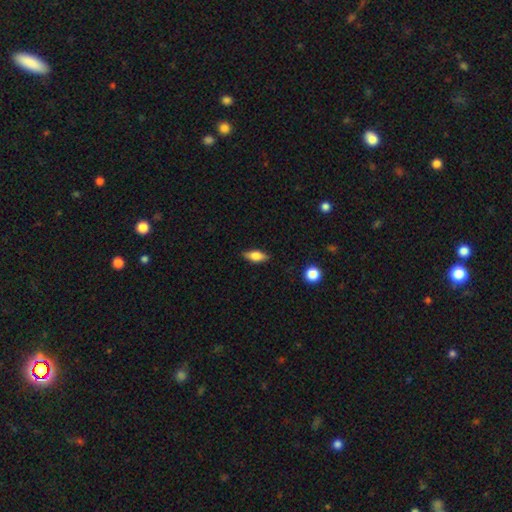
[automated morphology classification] Smooth or featured?
  - smooth: 65% *
  - featured or disk: 27%
  - star or artifact: 8%
How rounded?
  - in between: 77% *
  - cigar-shaped: 17%
  - round: 5%
Merging?
  - none: 84% *
  - minor disturbance: 12%
  - major disturbance: 2%
  - merger: 1%